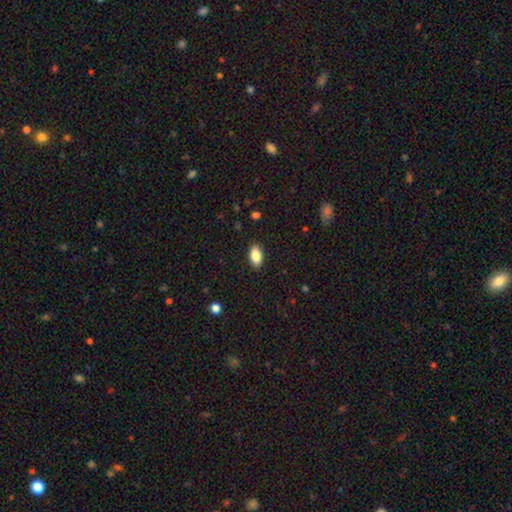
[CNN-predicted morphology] This appears to be a smooth galaxy with no disk features (85%) that is in between round and cigar-shaped (91%). Merging: none (89%).